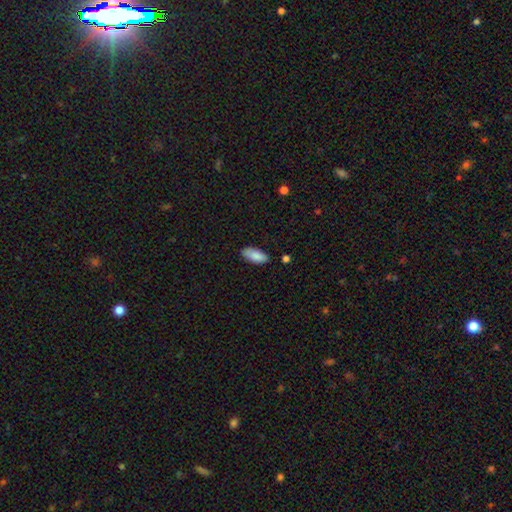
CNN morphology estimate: Smooth or featured?
  - smooth: 87% *
  - featured or disk: 7%
  - star or artifact: 6%
How rounded?
  - in between: 86% *
  - cigar-shaped: 12%
  - round: 2%
Merging?
  - none: 82% *
  - minor disturbance: 13%
  - major disturbance: 2%
  - merger: 2%